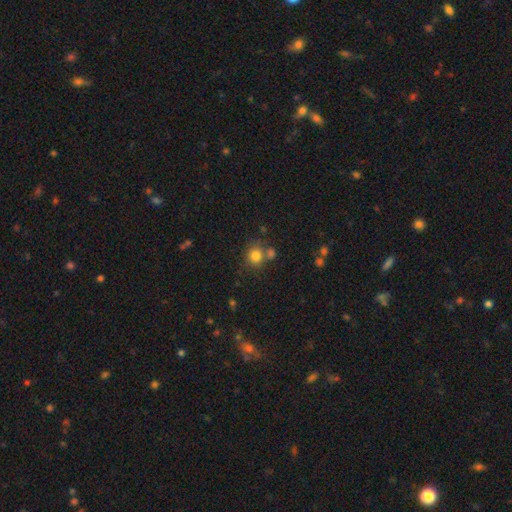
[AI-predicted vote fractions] smooth_or_featured: smooth (p=0.80) [alt: star or artifact p=0.12]
how_rounded: round (p=0.82) [alt: in between p=0.17]
merging: none (p=0.63) [alt: merger p=0.21]